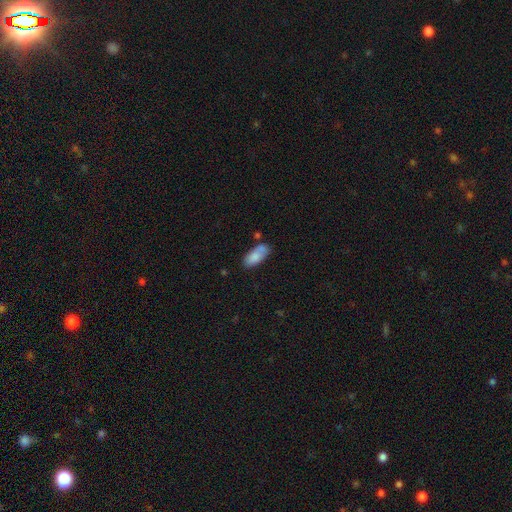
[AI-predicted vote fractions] smooth_or_featured: smooth (p=0.81) [alt: featured or disk p=0.12]
how_rounded: in between (p=0.84) [alt: cigar-shaped p=0.14]
merging: none (p=0.62) [alt: minor disturbance p=0.21]